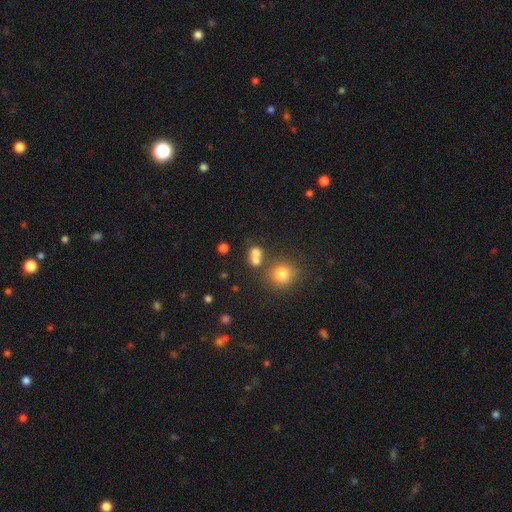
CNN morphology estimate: Smooth or featured? smooth (72%)
How rounded? round (65%)
Merging? merger (46%)